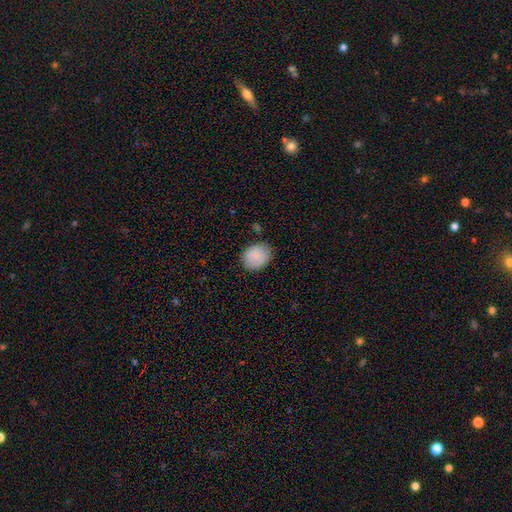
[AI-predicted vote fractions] smooth_or_featured: smooth (p=0.86) [alt: star or artifact p=0.07]
how_rounded: round (p=0.56) [alt: in between p=0.43]
merging: none (p=0.80) [alt: minor disturbance p=0.15]